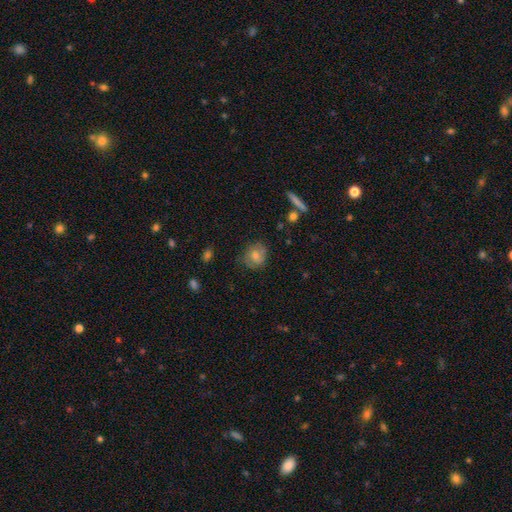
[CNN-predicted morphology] Smooth or featured? Predicted: smooth (p=0.62). How rounded? Predicted: round (p=0.66). Merging? Predicted: none (p=0.66).